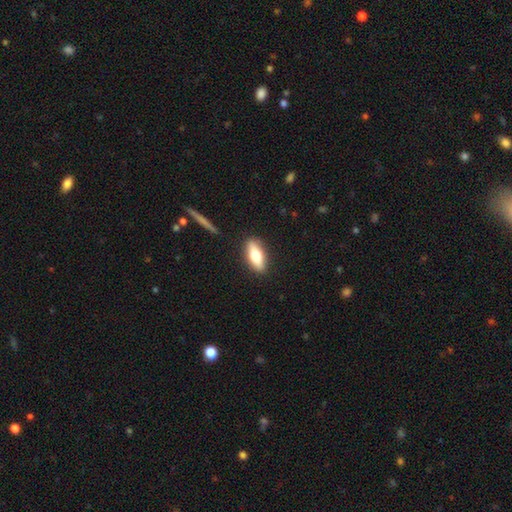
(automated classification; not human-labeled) Smooth or featured?
  - smooth: 60% *
  - featured or disk: 34%
  - star or artifact: 6%
How rounded?
  - in between: 68% *
  - cigar-shaped: 29%
  - round: 3%
Merging?
  - none: 88% *
  - minor disturbance: 8%
  - major disturbance: 2%
  - merger: 2%